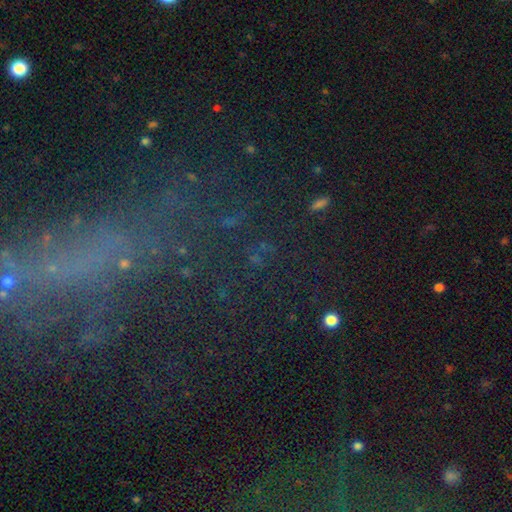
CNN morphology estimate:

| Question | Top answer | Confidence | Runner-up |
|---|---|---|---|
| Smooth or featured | star or artifact | 54% | featured or disk (23%) |